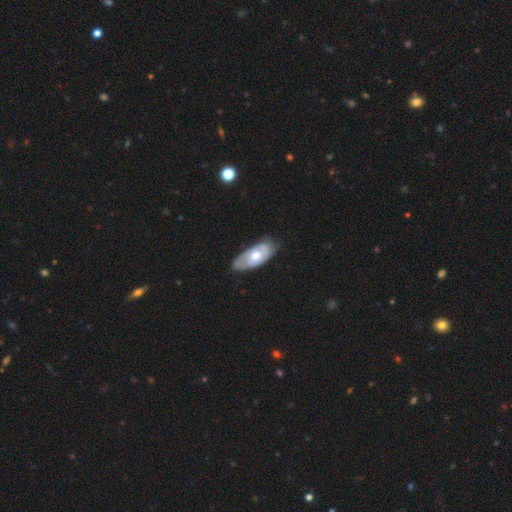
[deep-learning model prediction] Morphology: type=featured or disk (54%); edge-on=no (84%); merging=none (69%).